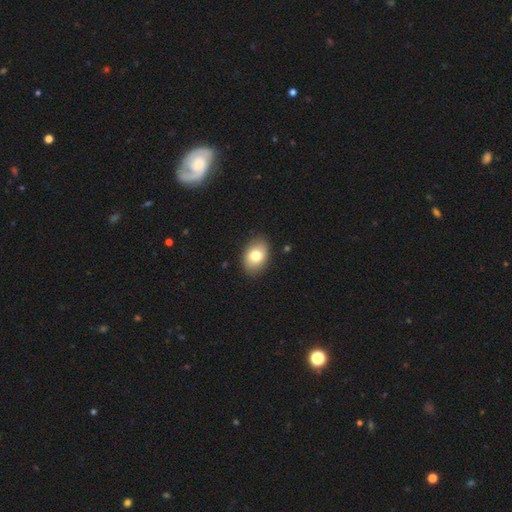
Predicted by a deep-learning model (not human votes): Smooth or featured? Predicted: smooth (p=0.78). How rounded? Predicted: in between (p=0.79). Merging? Predicted: none (p=0.87).